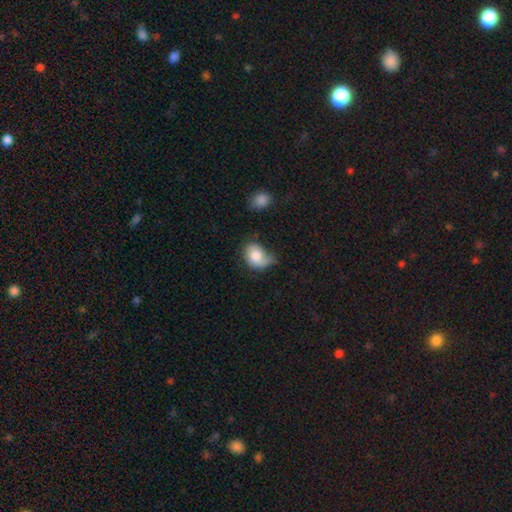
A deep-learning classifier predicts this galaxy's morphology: A smooth galaxy with no disk features (76%) that is in between round and cigar-shaped (62%).

Vote fractions:
- Smooth or featured? smooth: 76% / featured or disk: 17% / star or artifact: 7%
- How rounded? in between: 62% / round: 37% / cigar-shaped: 1%
- Merging? minor disturbance: 40% / none: 31% / major disturbance: 22% / merger: 7%